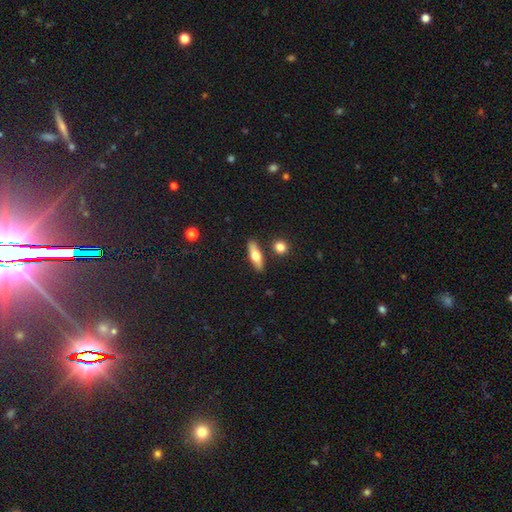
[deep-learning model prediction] Q: Smooth or featured?
A: smooth (58%); runner-up: featured or disk (36%)
Q: How rounded?
A: cigar-shaped (51%); runner-up: in between (45%)
Q: Merging?
A: none (84%); runner-up: minor disturbance (9%)